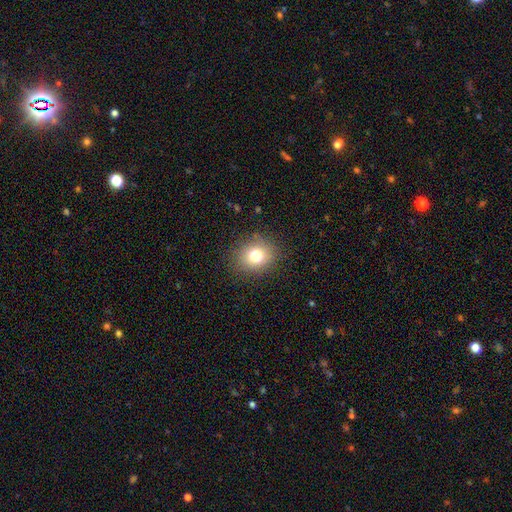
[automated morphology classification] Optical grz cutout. It shows a smooth galaxy with no disk features (77%) that is round (68%). Merging: none (86%).